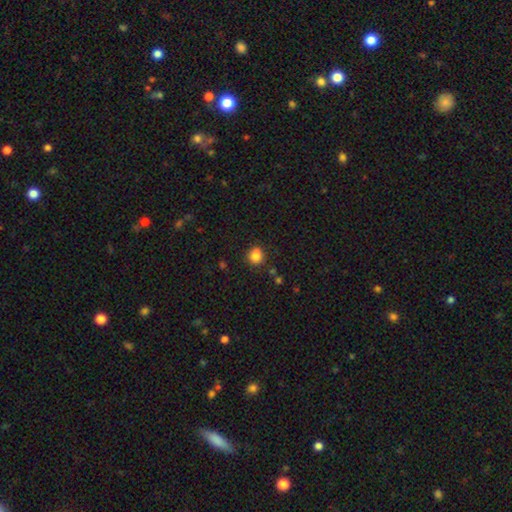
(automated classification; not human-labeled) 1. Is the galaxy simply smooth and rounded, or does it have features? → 82% smooth, 12% star or artifact, 6% featured or disk.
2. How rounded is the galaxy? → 80% round, 19% in between, 1% cigar-shaped.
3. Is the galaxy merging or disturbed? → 68% none, 16% minor disturbance, 12% merger, 4% major disturbance.